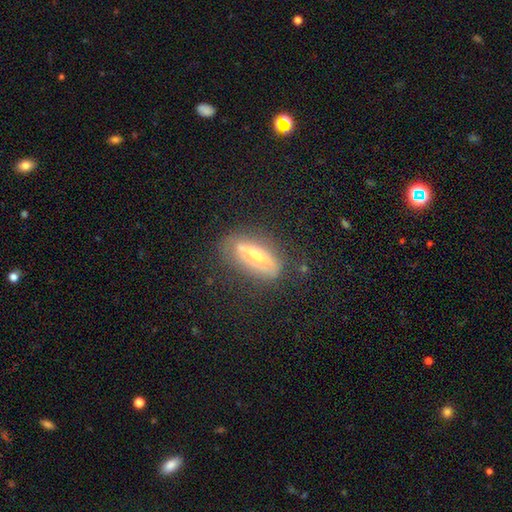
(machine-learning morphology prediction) A featured or disk galaxy (58%) viewed edge-on (60%).

Vote fractions:
- Smooth or featured? featured or disk: 58% / smooth: 33% / star or artifact: 9%
- Edge-on disk? yes: 60% / no: 40%
- Merging? none: 75% / minor disturbance: 16% / major disturbance: 7% / merger: 2%